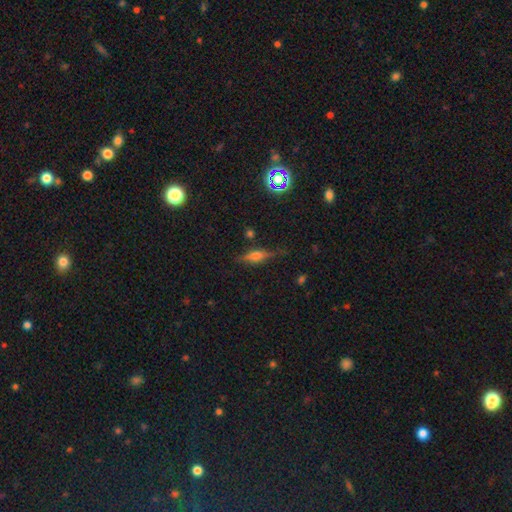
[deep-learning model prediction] Overall: featured or disk (56%; smooth 32%). Edge-on disk: yes (93%). Edge-on bulge: rounded (80%). Merging: none (76%).